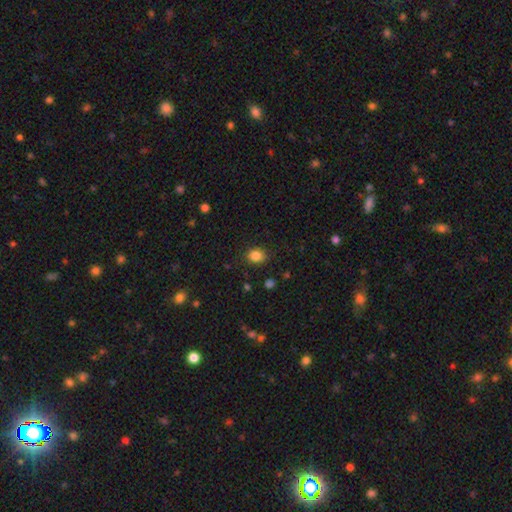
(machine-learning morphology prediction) The model was most divided on "how rounded": round: 51%, in between: 48%, cigar-shaped: 1%. More confident: smooth or featured — smooth (85%); merging — none (84%).